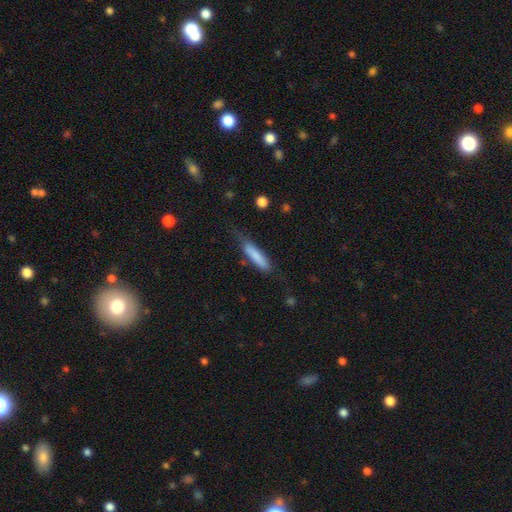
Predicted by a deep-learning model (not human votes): Overall: smooth (79%). How rounded: cigar-shaped (80%). Merging: none (58%; minor disturbance 29%).